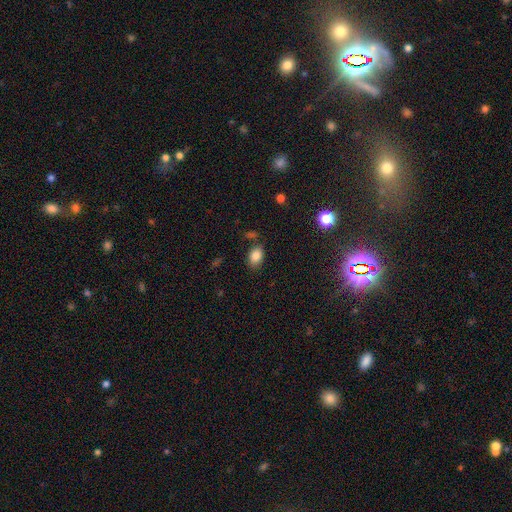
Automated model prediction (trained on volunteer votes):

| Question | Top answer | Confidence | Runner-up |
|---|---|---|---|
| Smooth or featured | smooth | 84% | star or artifact (9%) |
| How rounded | in between | 83% | round (16%) |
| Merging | none | 76% | minor disturbance (14%) |